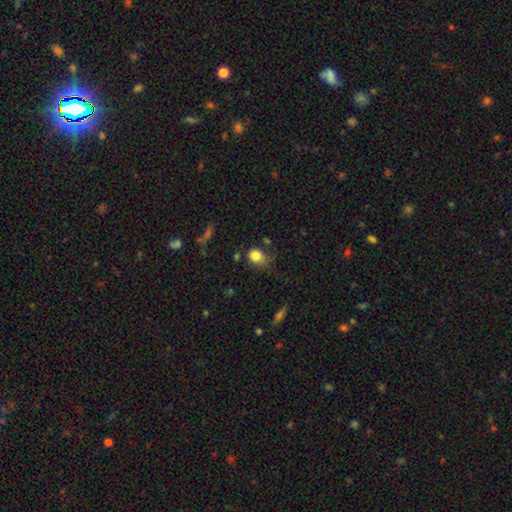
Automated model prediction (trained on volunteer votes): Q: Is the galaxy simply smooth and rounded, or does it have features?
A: smooth — 83%.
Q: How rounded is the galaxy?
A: round — 59%.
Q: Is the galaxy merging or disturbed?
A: none — 56%.